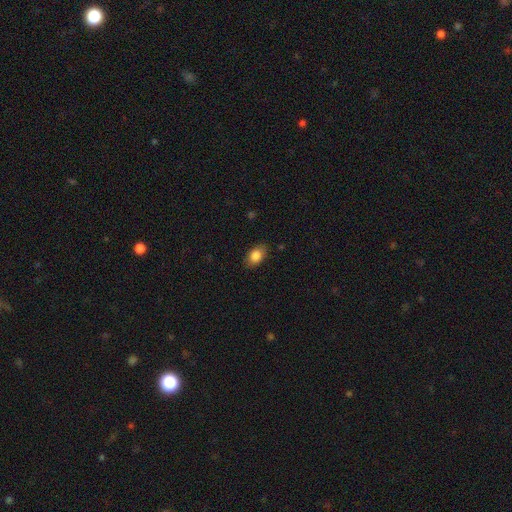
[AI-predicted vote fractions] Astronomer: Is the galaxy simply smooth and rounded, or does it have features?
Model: smooth — 84%.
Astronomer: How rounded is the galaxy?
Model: in between — 87%.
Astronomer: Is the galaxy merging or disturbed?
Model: none — 84%.